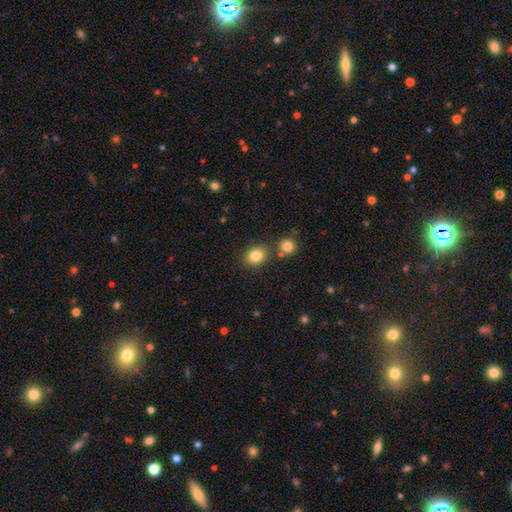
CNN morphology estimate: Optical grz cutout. It shows a smooth galaxy with no disk features (83%) that is round (52%). Merging: none (76%).